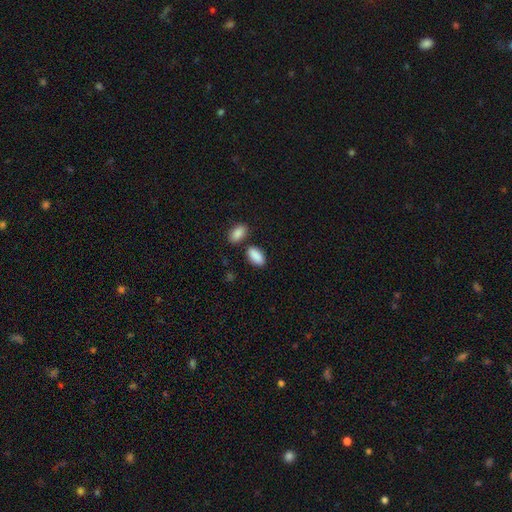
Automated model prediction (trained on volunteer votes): This appears to be a smooth galaxy with no disk features (90%) that is in between round and cigar-shaped (93%). Merging: none (76%).